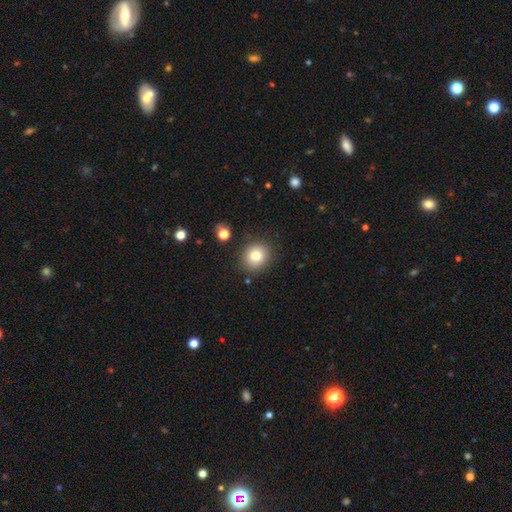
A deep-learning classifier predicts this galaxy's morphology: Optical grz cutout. It shows a smooth galaxy with no disk features (80%) that is round (82%). Merging: none (87%).